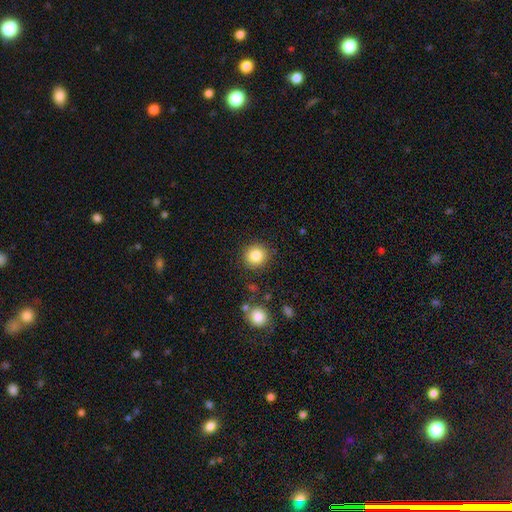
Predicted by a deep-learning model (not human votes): Smooth or featured? smooth (84%)
How rounded? round (91%)
Merging? none (87%)